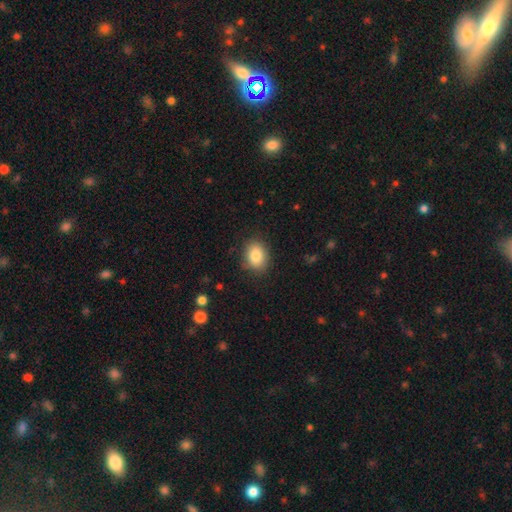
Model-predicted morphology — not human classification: smooth-or-featured: smooth: 83% | featured or disk: 8% | star or artifact: 8%
  how-rounded: in between: 64% | round: 35% | cigar-shaped: 1%
  merging: none: 85% | minor disturbance: 11% | major disturbance: 3% | merger: 1%